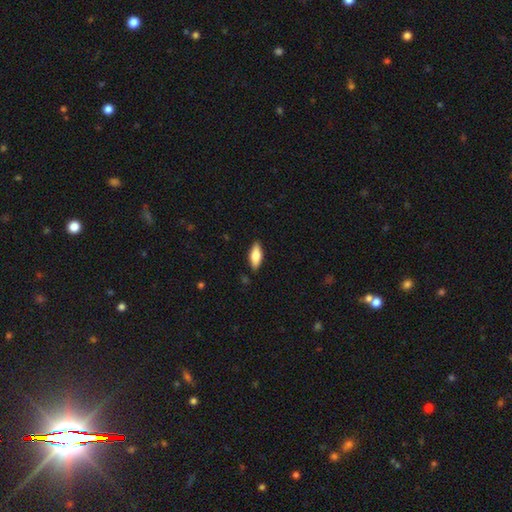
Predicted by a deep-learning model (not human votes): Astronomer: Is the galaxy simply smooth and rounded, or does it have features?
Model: smooth — 75%.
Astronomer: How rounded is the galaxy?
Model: in between — 72%.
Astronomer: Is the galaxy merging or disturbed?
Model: none — 87%.